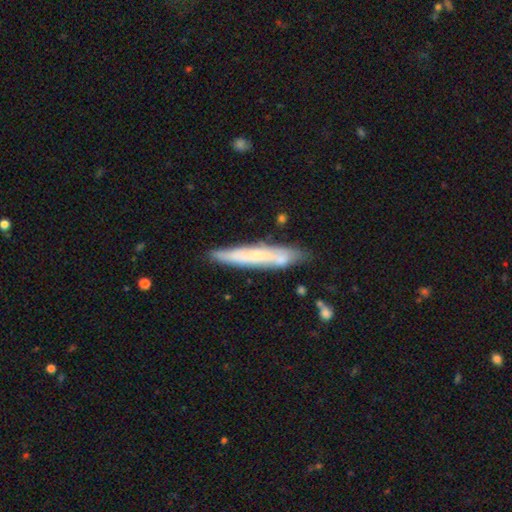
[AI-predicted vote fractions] Q: Smooth or featured?
A: smooth (47%); runner-up: featured or disk (46%)
Q: Merging?
A: none (76%); runner-up: minor disturbance (16%)